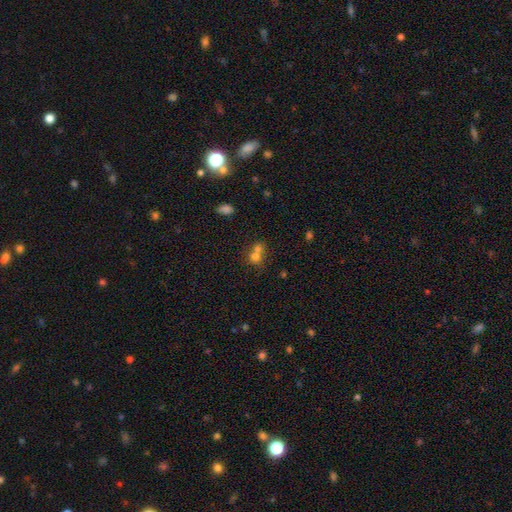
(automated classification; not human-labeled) smooth-or-featured: smooth: 71% | star or artifact: 15% | featured or disk: 14%
  how-rounded: round: 78% | in between: 21% | cigar-shaped: 1%
  merging: merger: 60% | none: 32% | minor disturbance: 5% | major disturbance: 3%